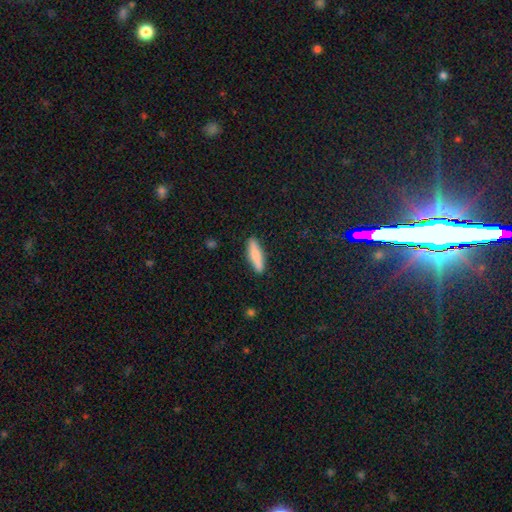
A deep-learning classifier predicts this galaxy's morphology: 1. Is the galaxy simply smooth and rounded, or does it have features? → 81% smooth, 14% featured or disk, 6% star or artifact.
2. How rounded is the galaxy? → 73% cigar-shaped, 26% in between, 2% round.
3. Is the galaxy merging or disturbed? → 88% none, 9% minor disturbance, 2% major disturbance, 1% merger.